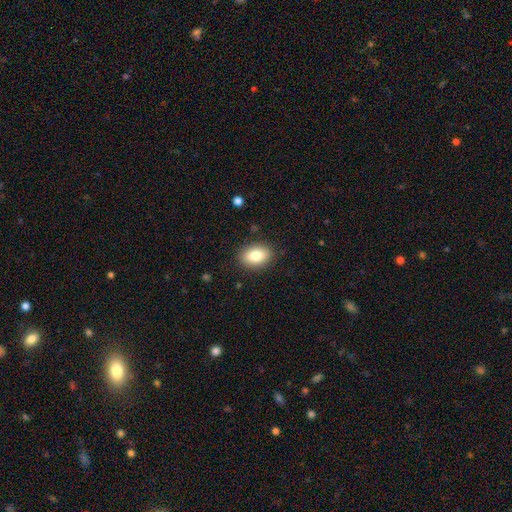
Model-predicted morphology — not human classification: Smooth or featured: smooth — 83% (featured or disk — 9%)
How rounded: in between — 84% (round — 15%)
Merging: none — 87% (minor disturbance — 9%)